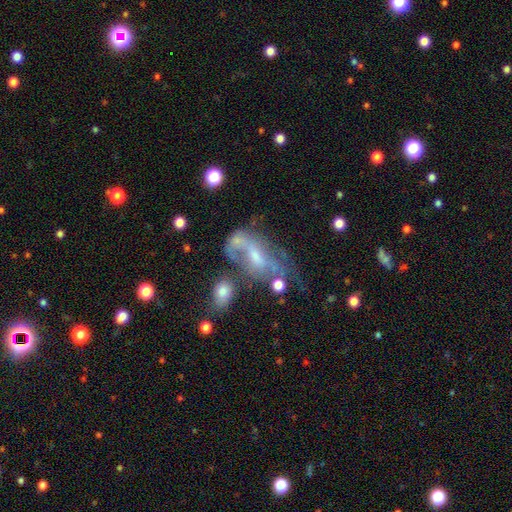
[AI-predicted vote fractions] A featured or disk galaxy (64%) with no bar (45%), spiral arms (52%) and a small central bulge (45%).

Vote fractions:
- Smooth or featured? featured or disk: 64% / smooth: 24% / star or artifact: 12%
- Edge-on disk? no: 89% / yes: 11%
- Bar? no: 45% / weak: 38% / strong: 17%
- Spiral arms? yes: 52% / no: 48%
- Bulge size? small: 45% / moderate: 37% / none: 12% / large: 4% / dominant: 1%
- Merging? major disturbance: 35% / none: 27% / minor disturbance: 19% / merger: 19%